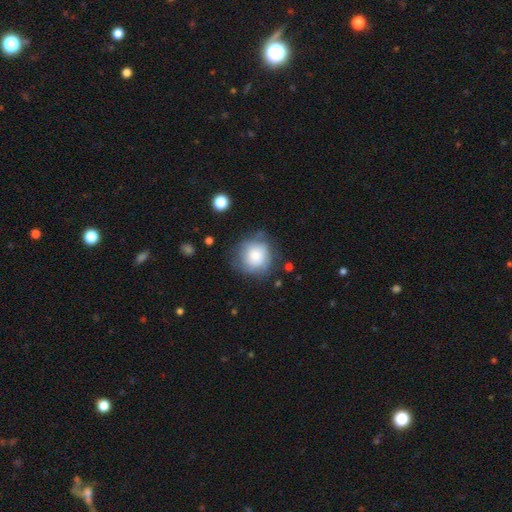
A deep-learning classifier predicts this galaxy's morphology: Smooth or featured? smooth (72%)
How rounded? round (87%)
Merging? none (63%)